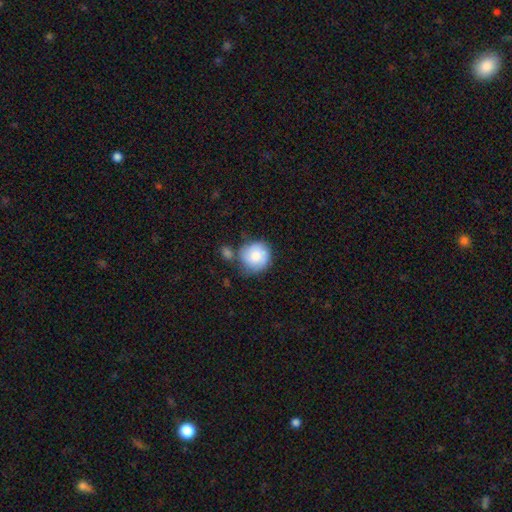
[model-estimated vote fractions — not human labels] Overall: smooth (74%). How rounded: round (90%). Merging: none (57%; minor disturbance 22%).